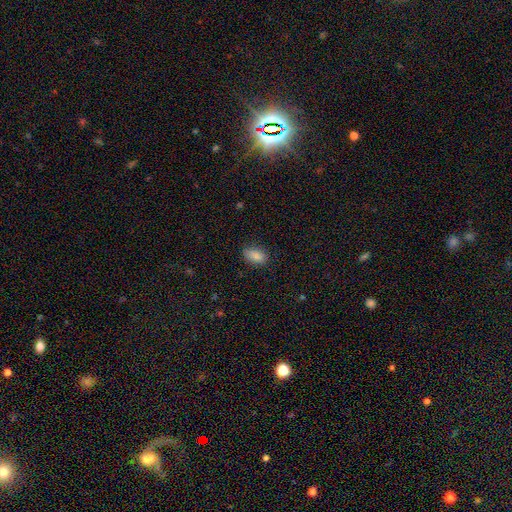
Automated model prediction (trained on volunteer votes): Morphology: type=smooth (85%); roundness=in between (91%); merging=none (83%).